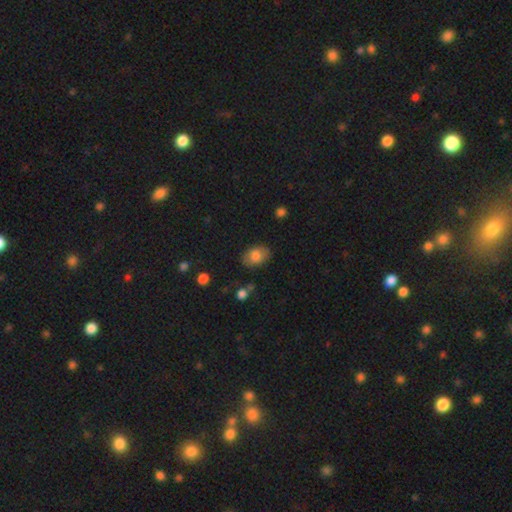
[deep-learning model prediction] This is clearly a smooth galaxy (81%). How rounded: likely in between (79%). Merging: clearly none (80%).